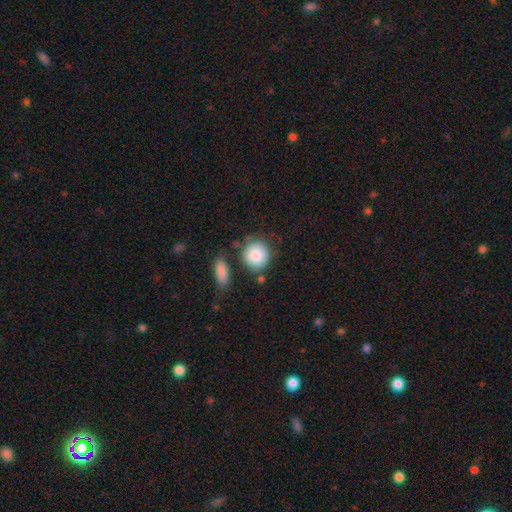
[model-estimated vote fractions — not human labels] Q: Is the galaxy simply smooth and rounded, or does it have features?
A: smooth — 85%.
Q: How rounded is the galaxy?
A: round — 87%.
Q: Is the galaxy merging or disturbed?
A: none — 70%.